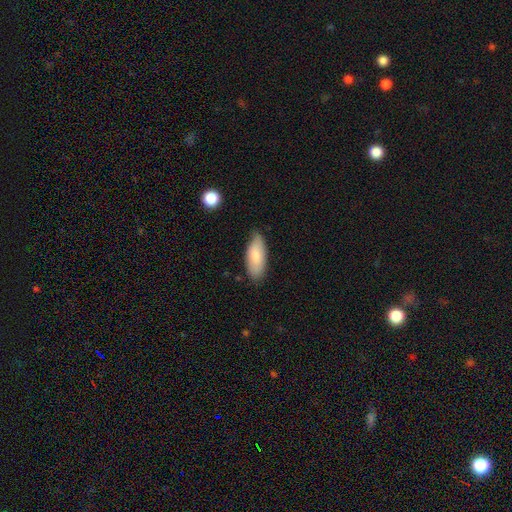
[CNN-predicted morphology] Smooth or featured?
  - smooth: 81% *
  - featured or disk: 13%
  - star or artifact: 6%
How rounded?
  - in between: 86% *
  - cigar-shaped: 12%
  - round: 2%
Merging?
  - none: 73% *
  - minor disturbance: 22%
  - major disturbance: 3%
  - merger: 2%